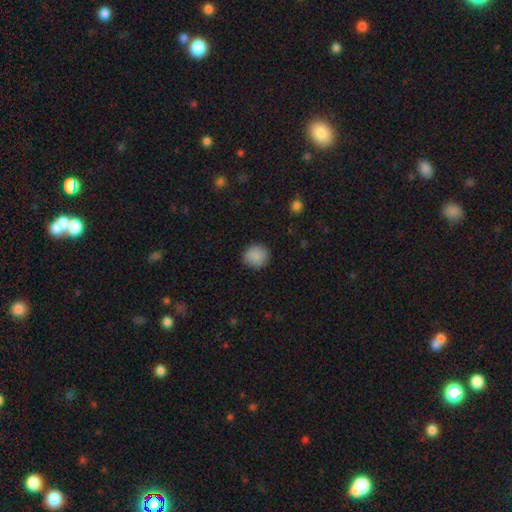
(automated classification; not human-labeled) This is clearly a smooth galaxy (88%). How rounded: clearly round (90%). Merging: clearly none (88%).